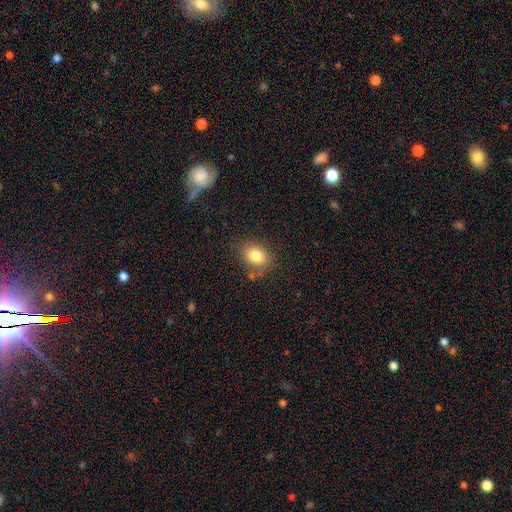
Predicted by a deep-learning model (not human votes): A smooth galaxy with no disk features (81%) that is in between round and cigar-shaped (61%).

Vote fractions:
- Smooth or featured? smooth: 81% / star or artifact: 10% / featured or disk: 9%
- How rounded? in between: 61% / round: 38% / cigar-shaped: 1%
- Merging? none: 74% / minor disturbance: 16% / major disturbance: 5% / merger: 5%